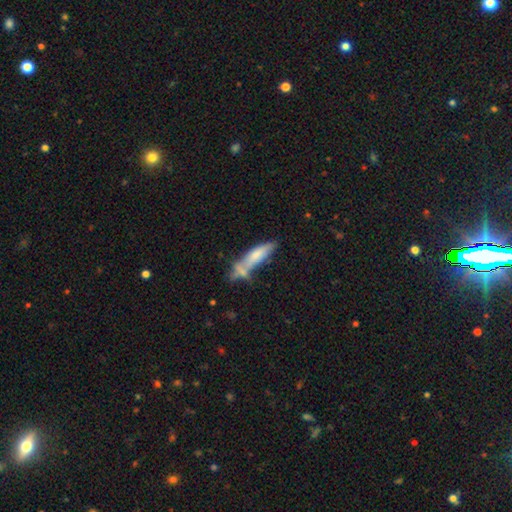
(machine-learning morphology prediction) type=smooth (66%); roundness=cigar-shaped (67%); merging=none (40%).